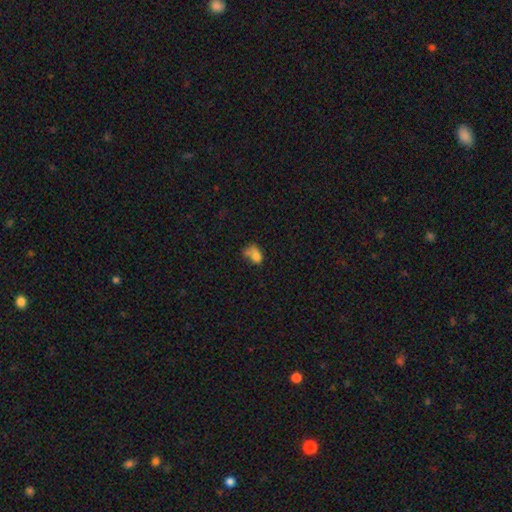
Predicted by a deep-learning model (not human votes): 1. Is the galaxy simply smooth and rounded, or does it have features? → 75% smooth, 14% featured or disk, 12% star or artifact.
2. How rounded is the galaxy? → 69% in between, 30% round, 2% cigar-shaped.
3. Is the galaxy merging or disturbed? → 32% merger, 27% none, 22% minor disturbance, 19% major disturbance.